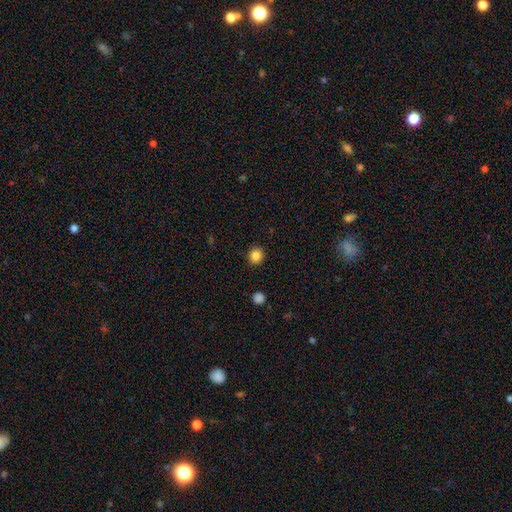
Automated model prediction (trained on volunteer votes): smooth_or_featured: smooth (p=0.85) [alt: star or artifact p=0.11]
how_rounded: round (p=0.90) [alt: in between p=0.09]
merging: none (p=0.92) [alt: minor disturbance p=0.05]